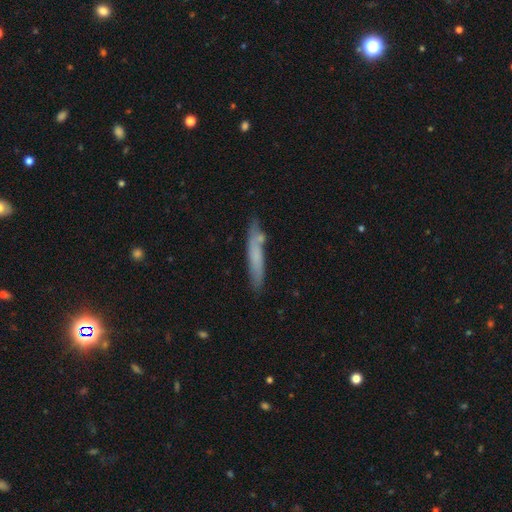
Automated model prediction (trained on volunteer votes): smooth 59%, featured or disk 34%, star or artifact 7%. Down the decision tree: how rounded — cigar-shaped (92%); merging — none (75%).